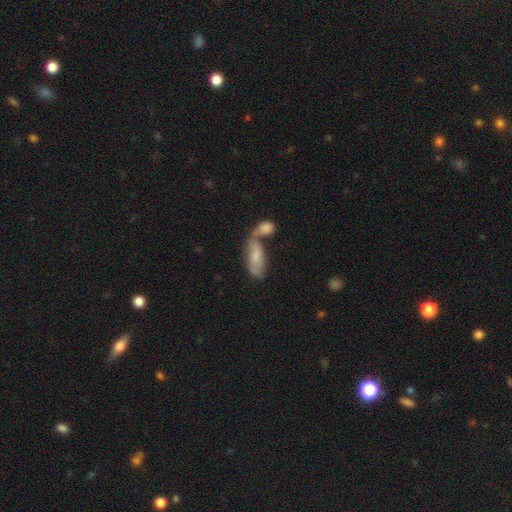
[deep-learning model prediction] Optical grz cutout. It shows a smooth galaxy with no disk features (58%) that is in between round and cigar-shaped (74%). Merging: merger (52%).